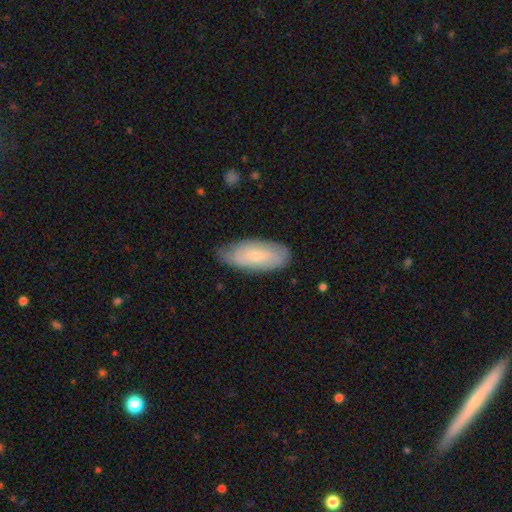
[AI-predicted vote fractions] A smooth galaxy with no disk features (51%) that is in between round and cigar-shaped (84%). Merging: none (70%).